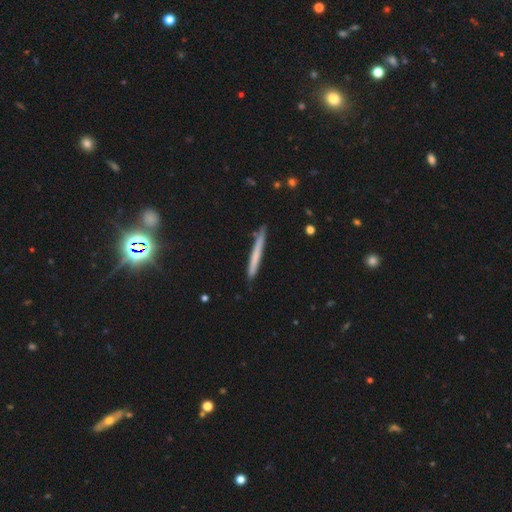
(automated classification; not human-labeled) Smooth or featured? smooth (59%)
How rounded? cigar-shaped (97%)
Merging? none (86%)